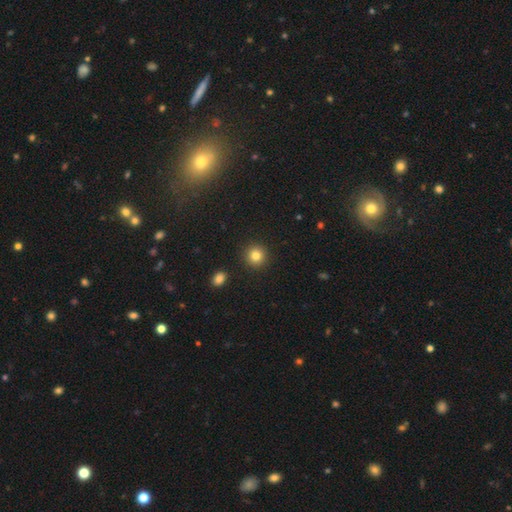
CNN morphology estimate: Smooth or featured? smooth (83%)
How rounded? round (93%)
Merging? none (92%)